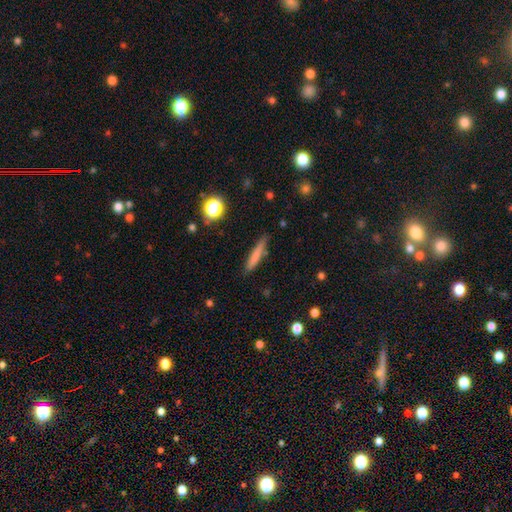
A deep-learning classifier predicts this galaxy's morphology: A smooth galaxy with no disk features (72%) that is cigar-shaped (91%).

Vote fractions:
- Smooth or featured? smooth: 72% / featured or disk: 19% / star or artifact: 8%
- How rounded? cigar-shaped: 91% / in between: 7% / round: 2%
- Merging? none: 81% / minor disturbance: 13% / merger: 3% / major disturbance: 3%